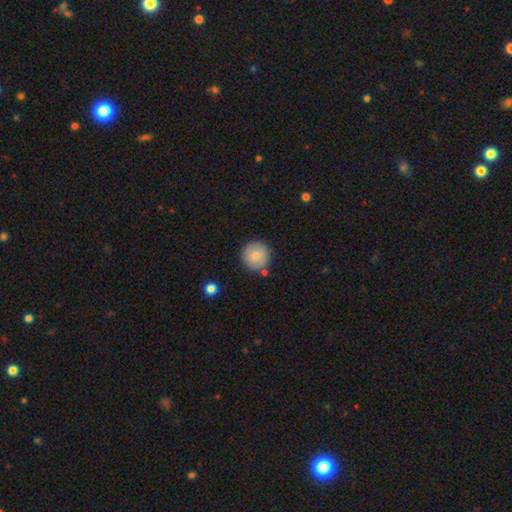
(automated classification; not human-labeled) smooth 79%, featured or disk 13%, star or artifact 7%. Down the decision tree: how rounded — round (95%); merging — none (84%).